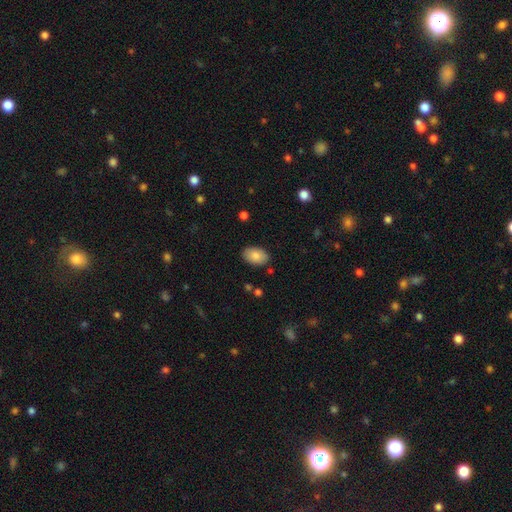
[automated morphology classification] Smooth or featured? Predicted: smooth (p=0.83). How rounded? Predicted: in between (p=0.91). Merging? Predicted: none (p=0.86).